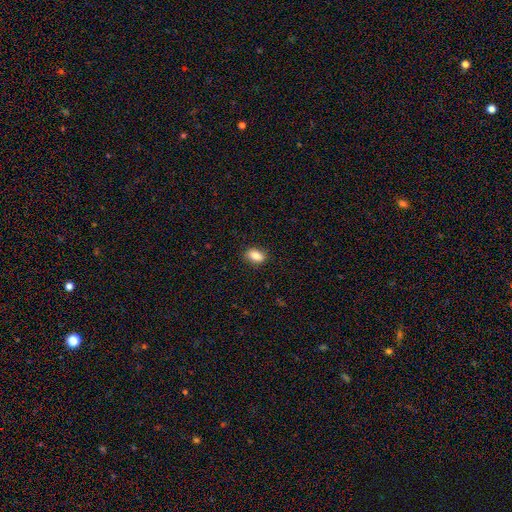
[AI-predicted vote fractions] smooth_or_featured: smooth (p=0.86) [alt: star or artifact p=0.08]
how_rounded: in between (p=0.83) [alt: round p=0.15]
merging: none (p=0.85) [alt: minor disturbance p=0.11]